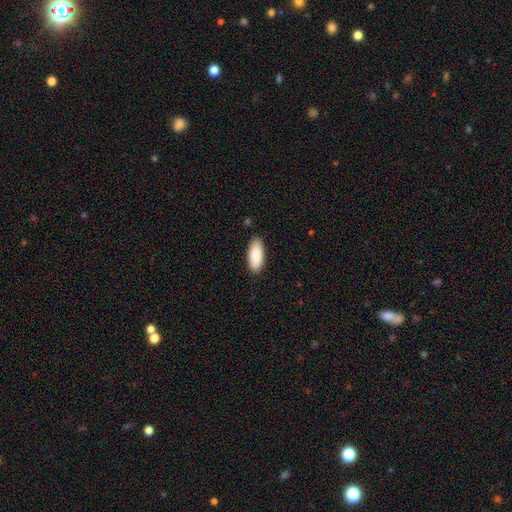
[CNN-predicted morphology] This is clearly a smooth galaxy (89%). How rounded: clearly in between (83%). Merging: clearly none (87%).